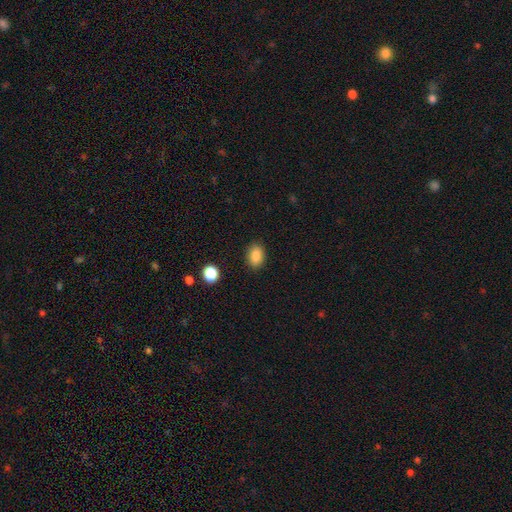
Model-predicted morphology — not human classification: This appears to be a smooth galaxy with no disk features (86%) that is in between round and cigar-shaped (80%). Merging: none (88%).